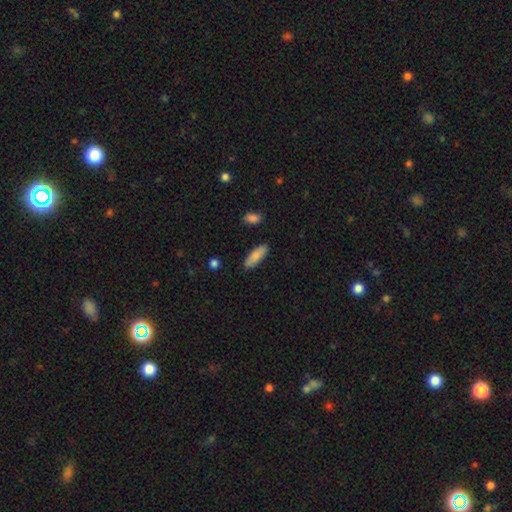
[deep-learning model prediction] Smooth or featured: smooth — 83% (featured or disk — 10%)
How rounded: in between — 65% (cigar-shaped — 33%)
Merging: none — 86% (minor disturbance — 10%)